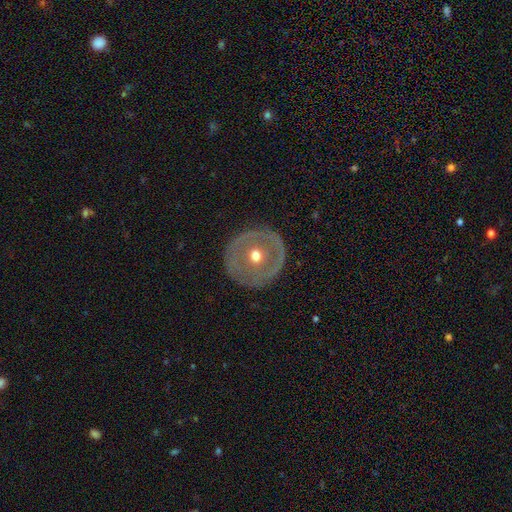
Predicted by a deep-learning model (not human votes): smooth-or-featured: featured or disk: 59% | smooth: 35% | star or artifact: 6%
  disk-edge-on: no: 94% | yes: 6%
    bar: no: 81% | weak: 13% | strong: 5%
    has-spiral-arms: no: 82% | yes: 18%
    bulge-size: moderate: 75% | small: 18% | large: 4% | dominant: 1% | none: 1%
  merging: none: 83% | minor disturbance: 11% | major disturbance: 4% | merger: 2%